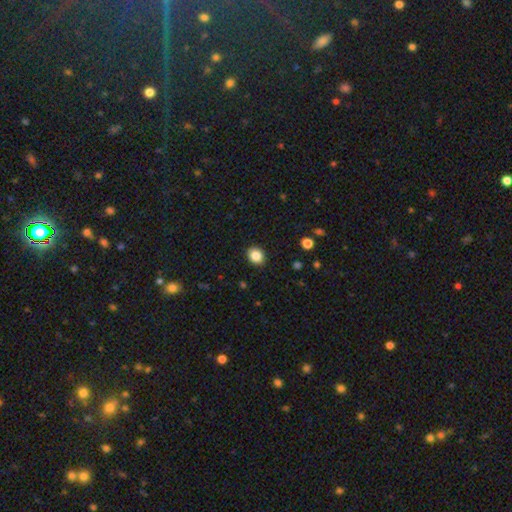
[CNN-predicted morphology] Smooth or featured? smooth (86%)
How rounded? in between (50%)
Merging? none (90%)